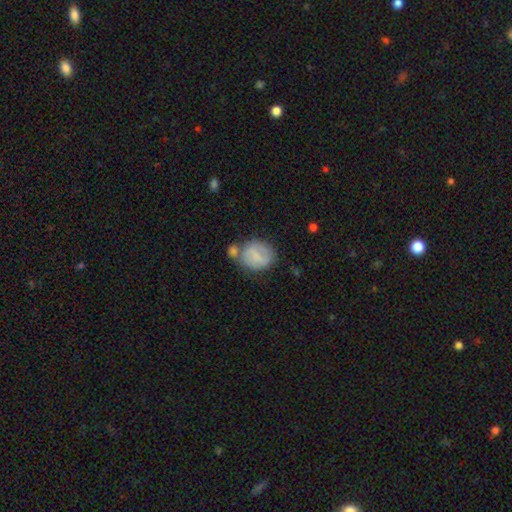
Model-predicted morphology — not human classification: A smooth galaxy with no disk features (67%) that is round (55%). Merging: none (44%).